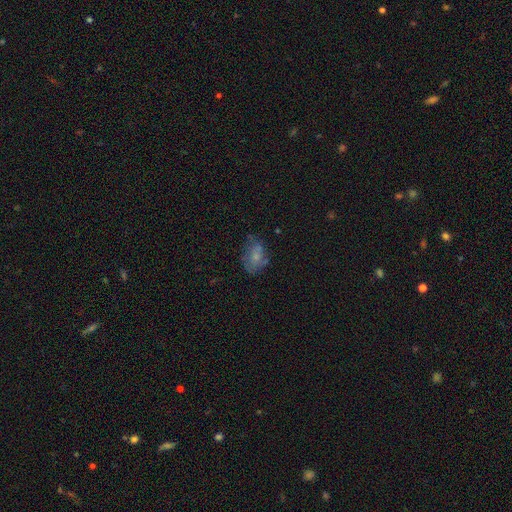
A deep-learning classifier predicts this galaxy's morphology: A smooth galaxy with no disk features (60%) that is in between round and cigar-shaped (78%). Merging: none (49%).